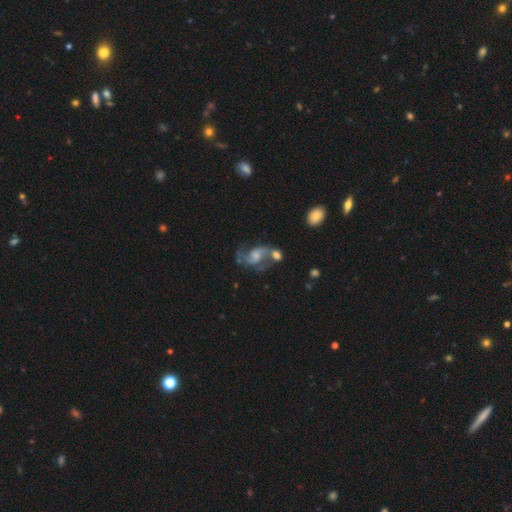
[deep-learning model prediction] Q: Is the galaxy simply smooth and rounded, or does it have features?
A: featured or disk — 81%.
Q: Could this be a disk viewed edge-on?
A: no — 98%.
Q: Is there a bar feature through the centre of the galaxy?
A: no — 53%.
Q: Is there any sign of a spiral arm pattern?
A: yes — 94%.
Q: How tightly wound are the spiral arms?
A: loose — 47%.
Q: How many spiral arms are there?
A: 2 — 89%.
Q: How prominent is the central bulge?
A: small — 39%.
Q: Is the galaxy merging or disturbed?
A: none — 42%.